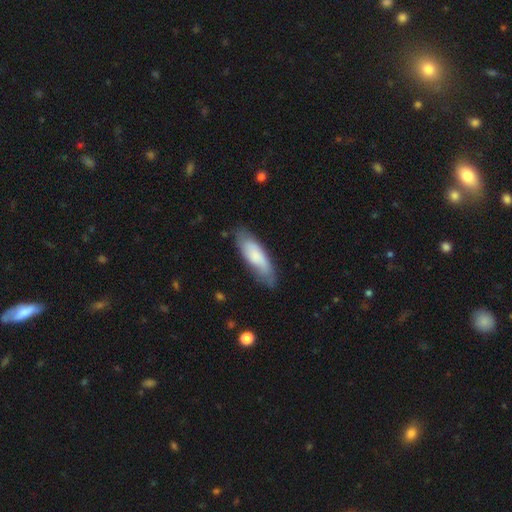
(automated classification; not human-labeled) The model was most divided on "how rounded": in between: 50%, cigar-shaped: 49%, round: 2%. More confident: merging — none (73%); smooth or featured — smooth (71%).